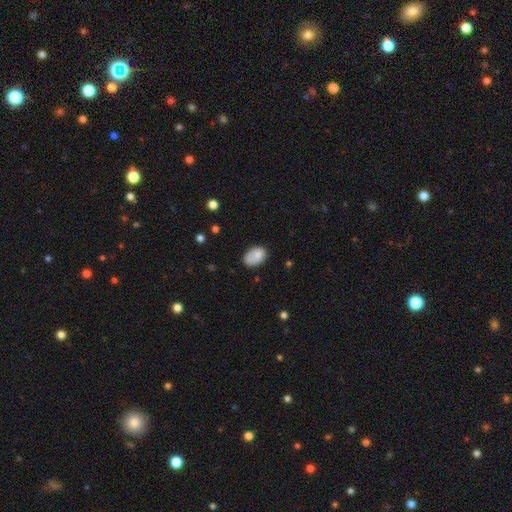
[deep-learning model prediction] Smooth or featured?
  - smooth: 82% *
  - featured or disk: 11%
  - star or artifact: 8%
How rounded?
  - in between: 88% *
  - round: 11%
  - cigar-shaped: 1%
Merging?
  - none: 67% *
  - minor disturbance: 23%
  - major disturbance: 7%
  - merger: 3%